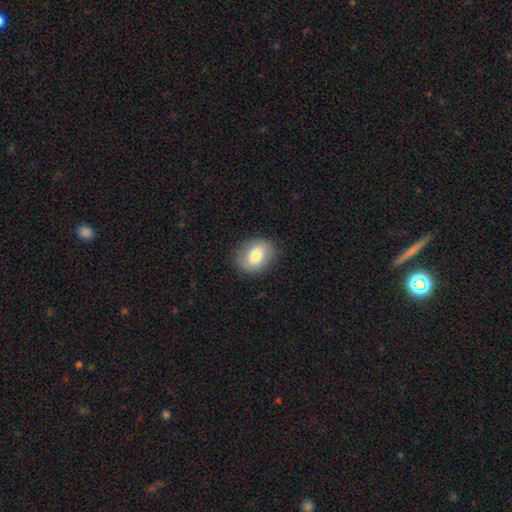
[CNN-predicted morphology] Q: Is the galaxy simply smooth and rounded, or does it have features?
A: smooth — 73%.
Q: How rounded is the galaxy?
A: in between — 60%.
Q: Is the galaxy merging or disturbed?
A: none — 84%.